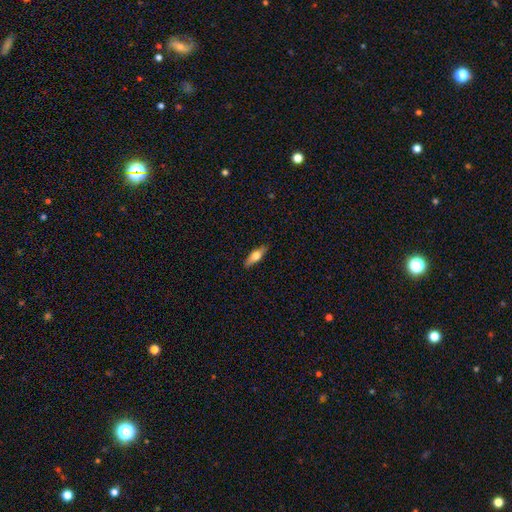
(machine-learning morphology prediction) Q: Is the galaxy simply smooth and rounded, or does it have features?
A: smooth — 58%.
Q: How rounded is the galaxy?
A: in between — 49%.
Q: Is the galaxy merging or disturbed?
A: none — 87%.